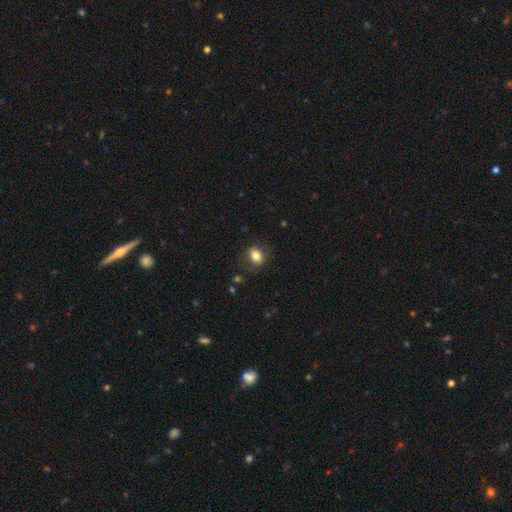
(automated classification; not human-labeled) Smooth or featured?
  - smooth: 79% *
  - featured or disk: 12%
  - star or artifact: 9%
How rounded?
  - in between: 68% *
  - round: 30%
  - cigar-shaped: 2%
Merging?
  - none: 77% *
  - minor disturbance: 16%
  - major disturbance: 6%
  - merger: 1%